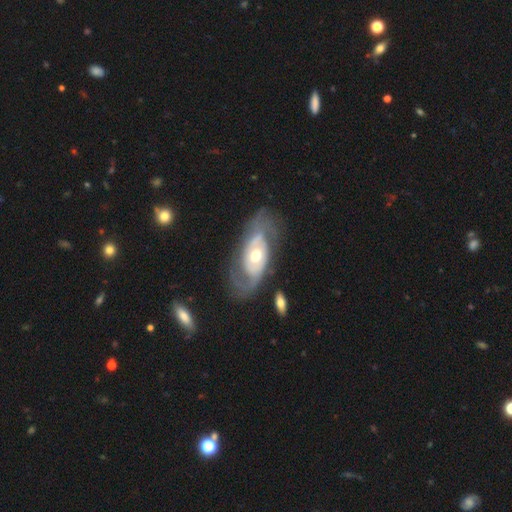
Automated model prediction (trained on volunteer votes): This is clearly a featured or disk galaxy (80%). It is clearly not viewed edge-on (93%). Bar: likely no (72%). Spiral arm pattern: clearly yes (81%). Spiral arm count: likely 2 (64%). Spiral winding: marginally tight (38%, tied with medium). Central bulge: likely moderate (72%). Merging: likely none (60%).